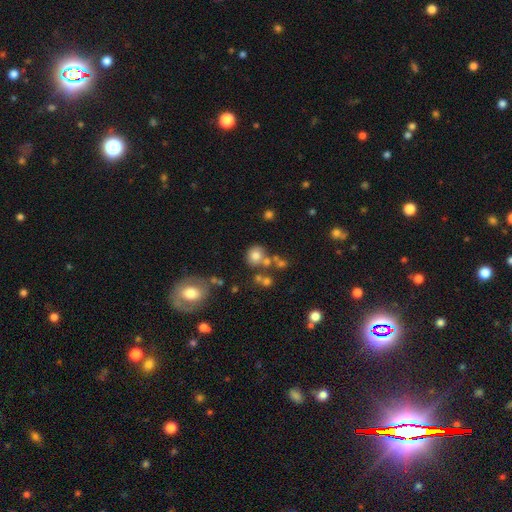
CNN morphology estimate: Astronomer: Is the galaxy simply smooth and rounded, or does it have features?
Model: smooth — 74%.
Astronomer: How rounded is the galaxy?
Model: round — 83%.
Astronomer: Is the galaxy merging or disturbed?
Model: none — 62%.